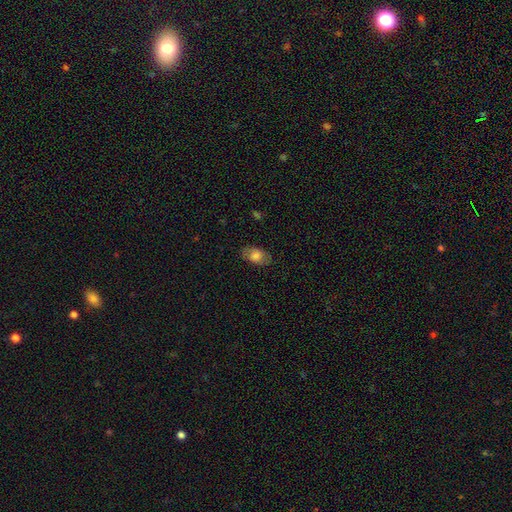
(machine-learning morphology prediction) This is likely a smooth galaxy (72%). How rounded: clearly in between (90%). Merging: likely none (78%).